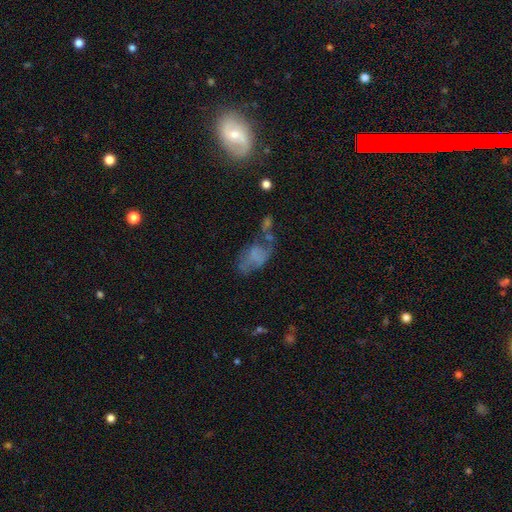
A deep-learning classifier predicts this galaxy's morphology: smooth 45%, featured or disk 41%, star or artifact 14%. Down the decision tree: merging — major disturbance (33%).